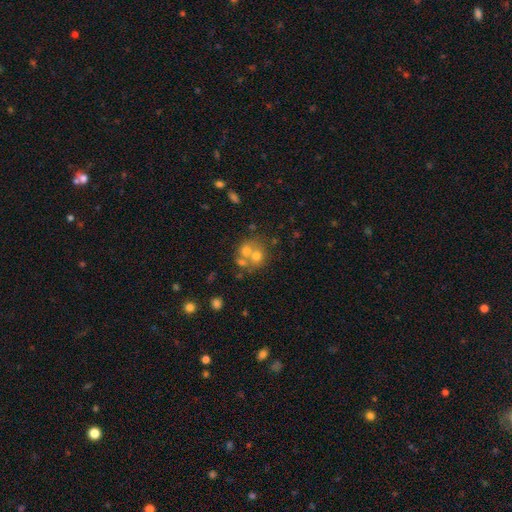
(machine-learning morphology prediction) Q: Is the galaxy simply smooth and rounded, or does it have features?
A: smooth — 59%.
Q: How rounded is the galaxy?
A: round — 78%.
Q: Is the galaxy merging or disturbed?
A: merger — 53%.